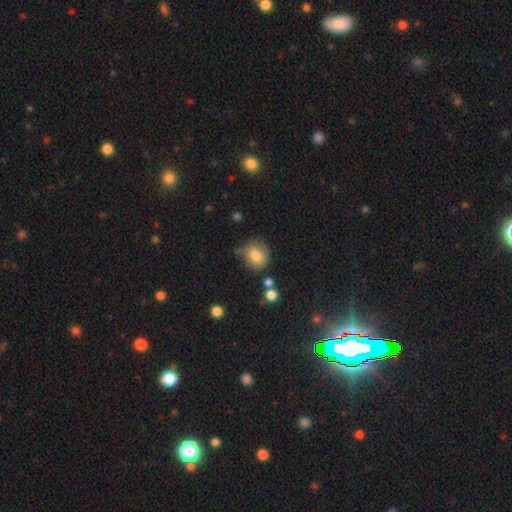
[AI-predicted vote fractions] A smooth galaxy with no disk features (82%) that is round (65%).

Vote fractions:
- Smooth or featured? smooth: 82% / star or artifact: 10% / featured or disk: 8%
- How rounded? round: 65% / in between: 34% / cigar-shaped: 1%
- Merging? none: 64% / minor disturbance: 22% / merger: 7% / major disturbance: 6%